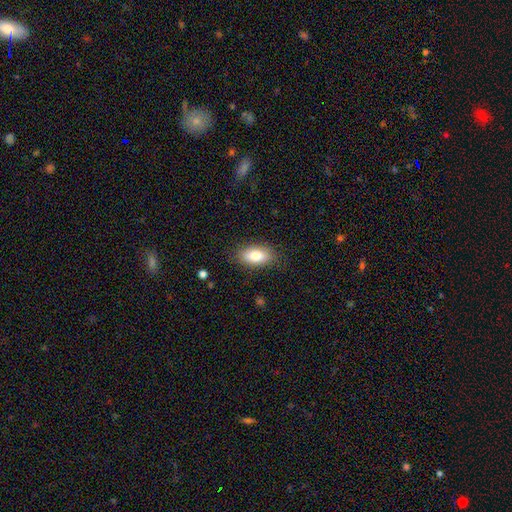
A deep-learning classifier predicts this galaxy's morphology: type=smooth (80%); roundness=in between (89%); merging=none (85%).